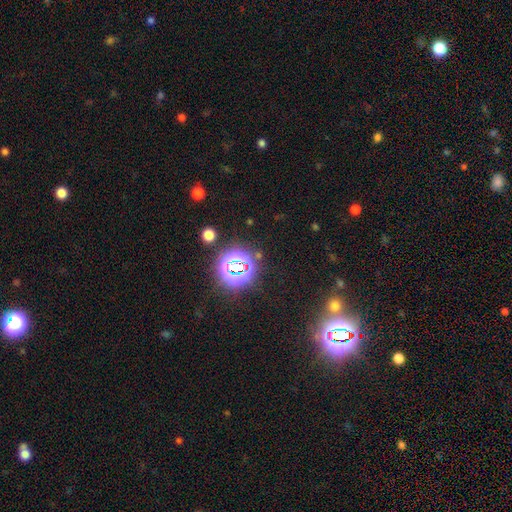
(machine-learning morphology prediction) This is likely a star or artifact rather than a galaxy (76%).